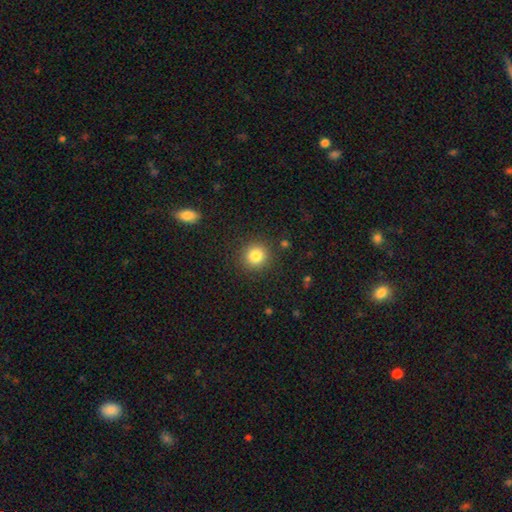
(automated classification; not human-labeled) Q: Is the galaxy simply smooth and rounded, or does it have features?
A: smooth — 82%.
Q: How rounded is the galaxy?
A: round — 92%.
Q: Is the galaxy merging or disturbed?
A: none — 89%.